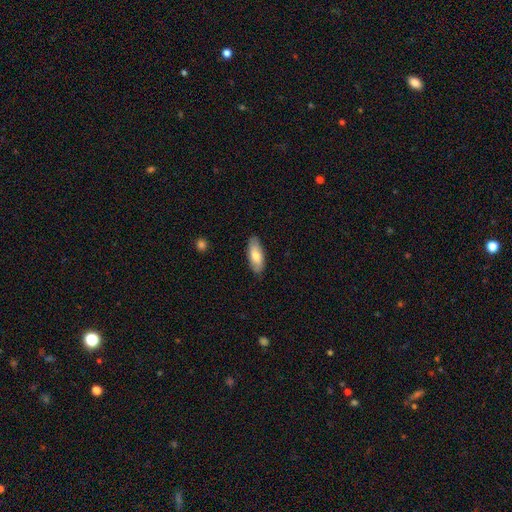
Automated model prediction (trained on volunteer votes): Overall: smooth (77%). How rounded: in between (79%). Merging: none (87%).